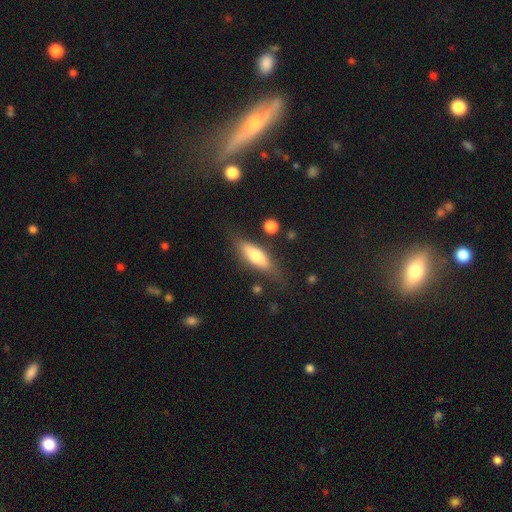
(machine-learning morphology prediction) Q: Smooth or featured?
A: smooth (62%); runner-up: featured or disk (32%)
Q: How rounded?
A: in between (50%); runner-up: cigar-shaped (48%)
Q: Merging?
A: none (74%); runner-up: minor disturbance (18%)